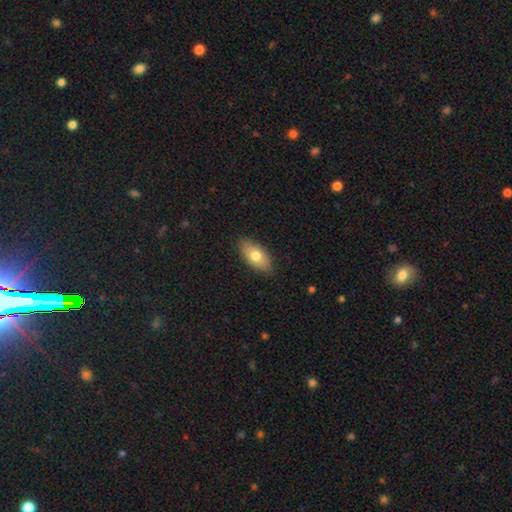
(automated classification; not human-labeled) Smooth or featured: smooth — 73% (featured or disk — 20%)
How rounded: in between — 89% (cigar-shaped — 7%)
Merging: none — 86% (minor disturbance — 11%)